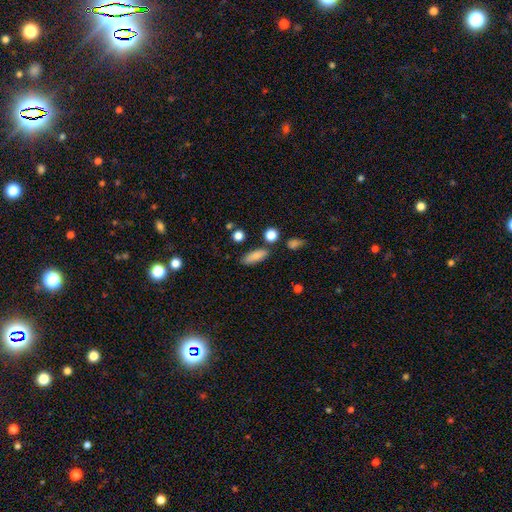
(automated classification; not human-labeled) smooth 85%, star or artifact 8%, featured or disk 7%. Down the decision tree: how rounded — in between (63%); merging — none (79%).